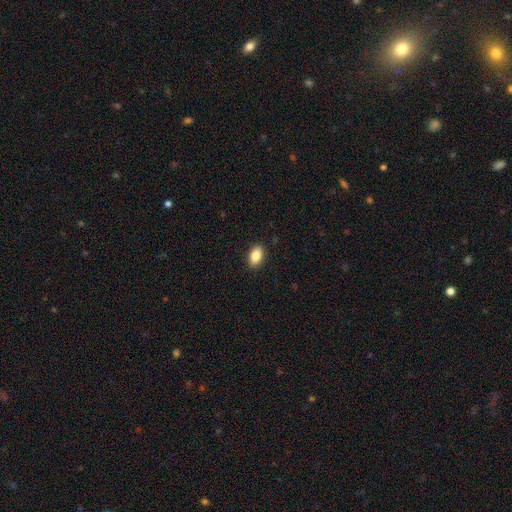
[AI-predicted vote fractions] A smooth galaxy with no disk features (86%) that is in between round and cigar-shaped (91%).

Vote fractions:
- Smooth or featured? smooth: 86% / star or artifact: 8% / featured or disk: 6%
- How rounded? in between: 91% / round: 6% / cigar-shaped: 3%
- Merging? none: 90% / minor disturbance: 7% / major disturbance: 2% / merger: 1%